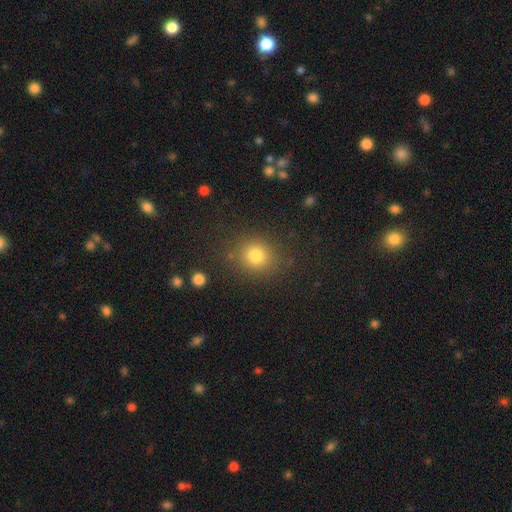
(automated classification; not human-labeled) Smooth or featured: smooth — 80% (star or artifact — 14%)
How rounded: round — 83% (in between — 16%)
Merging: none — 84% (minor disturbance — 9%)